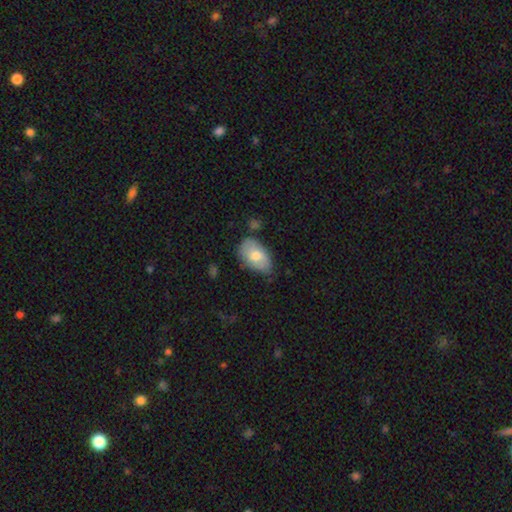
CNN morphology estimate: A smooth galaxy with no disk features (73%) that is in between round and cigar-shaped (92%). Merging: none (62%).